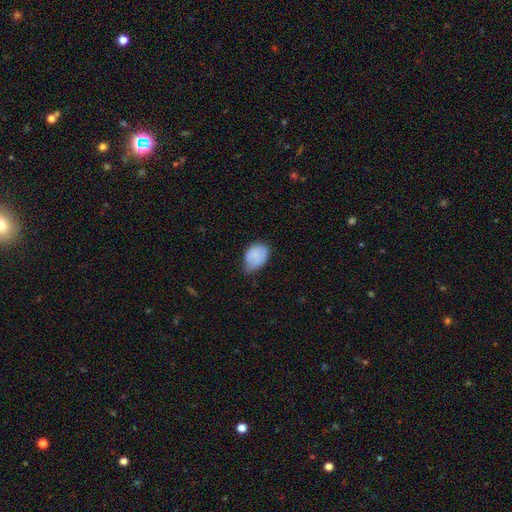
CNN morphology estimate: This appears to be a smooth galaxy with no disk features (78%) that is in between round and cigar-shaped (78%). Merging: minor disturbance (49%).